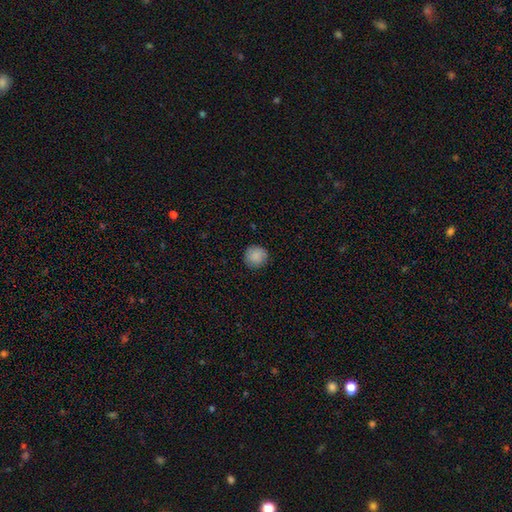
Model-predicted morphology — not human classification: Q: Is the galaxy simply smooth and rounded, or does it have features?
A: smooth — 87%.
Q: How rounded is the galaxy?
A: round — 92%.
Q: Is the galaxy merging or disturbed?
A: none — 87%.